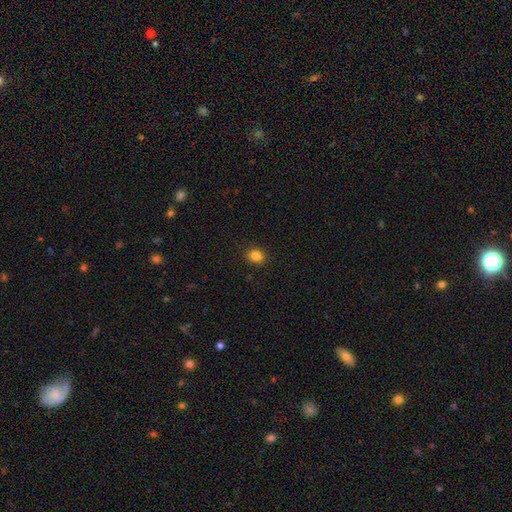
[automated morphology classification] smooth_or_featured: smooth (p=0.83) [alt: star or artifact p=0.12]
how_rounded: round (p=0.62) [alt: in between p=0.38]
merging: none (p=0.87) [alt: minor disturbance p=0.08]